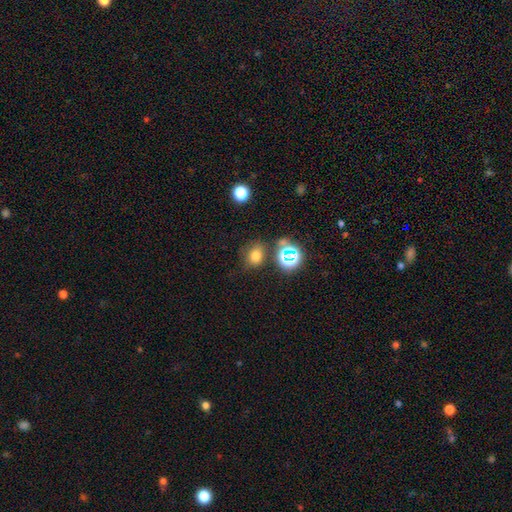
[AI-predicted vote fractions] A smooth galaxy with no disk features (70%) that is in between round and cigar-shaped (50%).

Vote fractions:
- Smooth or featured? smooth: 70% / star or artifact: 22% / featured or disk: 8%
- How rounded? in between: 50% / round: 49% / cigar-shaped: 1%
- Merging? none: 68% / minor disturbance: 16% / merger: 9% / major disturbance: 6%